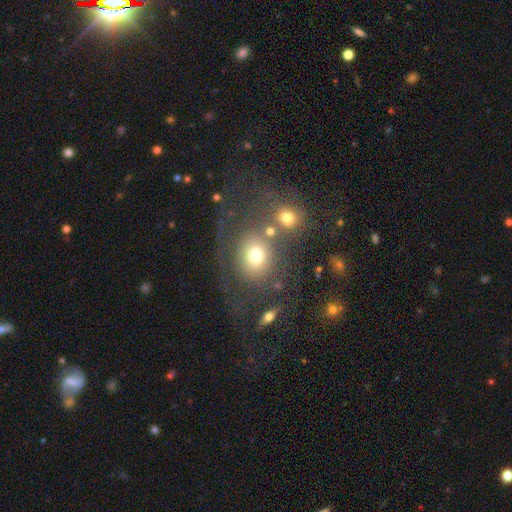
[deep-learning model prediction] Q: Smooth or featured?
A: smooth (67%); runner-up: featured or disk (18%)
Q: How rounded?
A: round (73%); runner-up: in between (26%)
Q: Merging?
A: none (54%); runner-up: merger (21%)